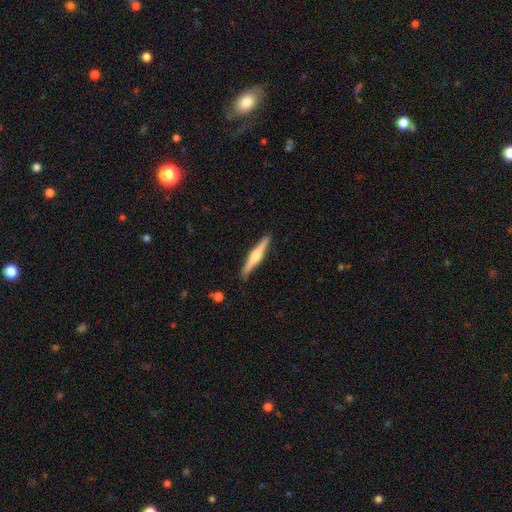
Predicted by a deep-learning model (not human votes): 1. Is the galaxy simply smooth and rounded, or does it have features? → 64% featured or disk, 31% smooth, 5% star or artifact.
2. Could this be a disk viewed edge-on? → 98% yes, 2% no.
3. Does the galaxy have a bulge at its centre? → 81% rounded, 13% boxy, 6% none.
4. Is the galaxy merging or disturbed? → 89% none, 8% minor disturbance, 2% major disturbance, 1% merger.